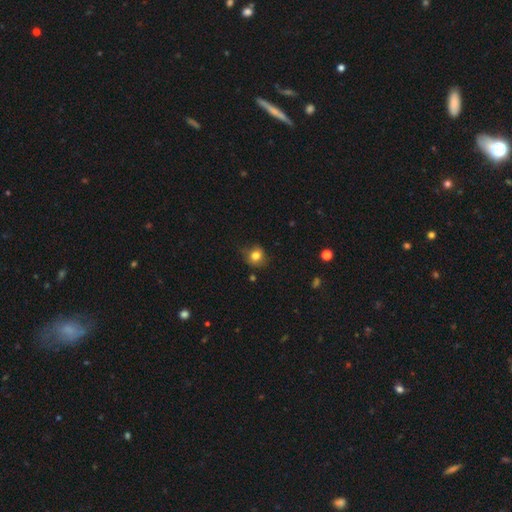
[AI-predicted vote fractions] smooth_or_featured: smooth (p=0.79) [alt: star or artifact p=0.12]
how_rounded: round (p=0.83) [alt: in between p=0.16]
merging: none (p=0.71) [alt: minor disturbance p=0.22]